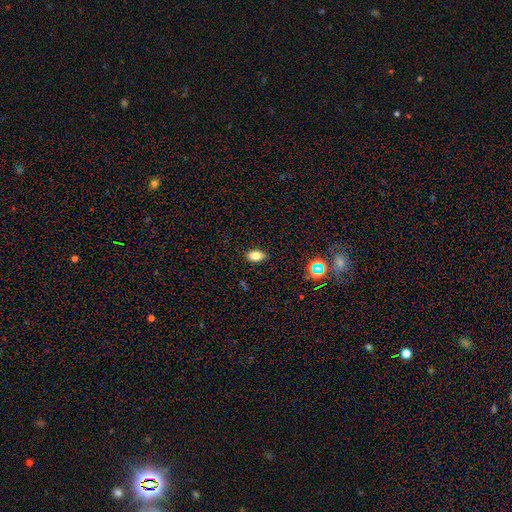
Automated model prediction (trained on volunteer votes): smooth 77%, star or artifact 12%, featured or disk 11%. Down the decision tree: how rounded — in between (90%); merging — none (88%).